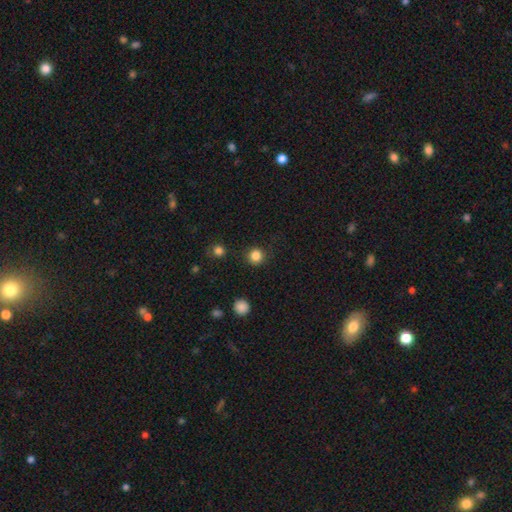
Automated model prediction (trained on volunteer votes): Overall: smooth (84%). How rounded: round (93%). Merging: none (90%).